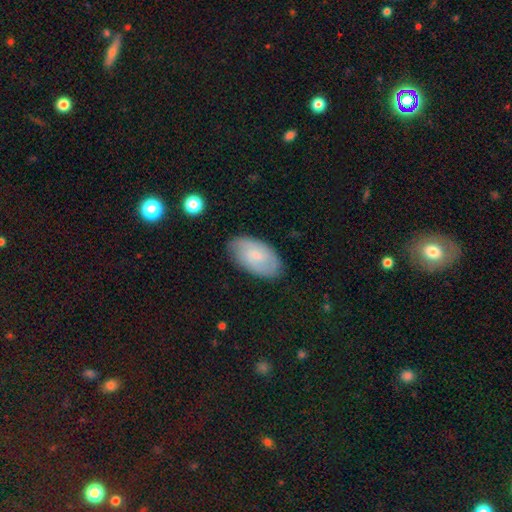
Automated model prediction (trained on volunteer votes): Smooth or featured: smooth — 56% (featured or disk — 37%)
How rounded: in between — 94% (round — 4%)
Merging: none — 80% (minor disturbance — 16%)